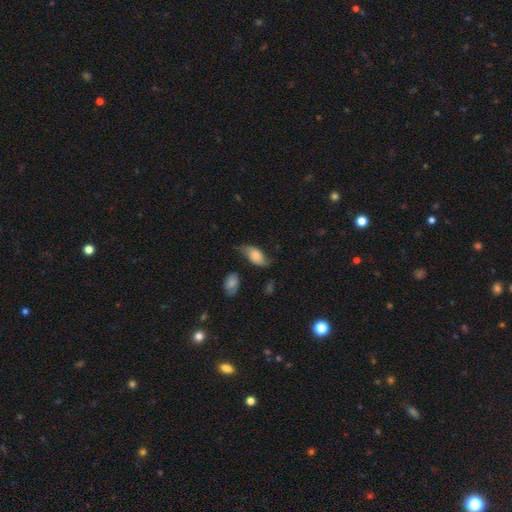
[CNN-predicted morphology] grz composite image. It shows a smooth galaxy with no disk features (49%). Merging: none (54%).